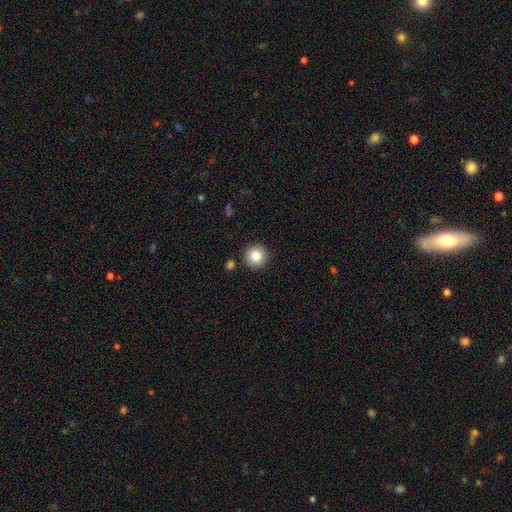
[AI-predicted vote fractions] Smooth or featured? Predicted: smooth (p=0.84). How rounded? Predicted: round (p=0.96). Merging? Predicted: none (p=0.90).